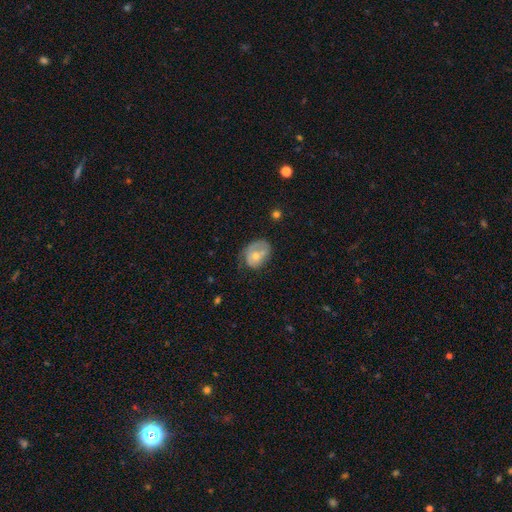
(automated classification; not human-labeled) Overall: smooth (53%; featured or disk 39%). How rounded: in between (58%; round 41%). Merging: none (39%; minor disturbance 34%).